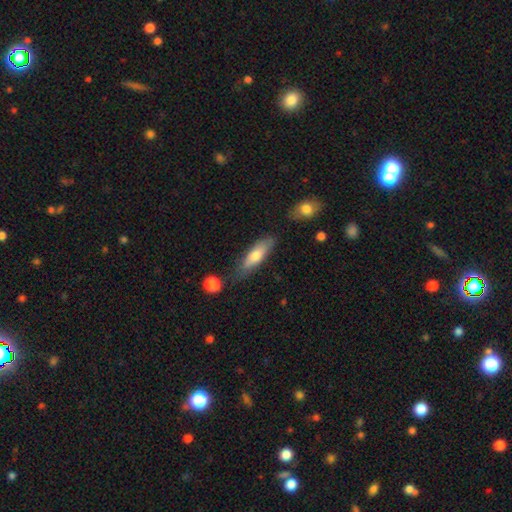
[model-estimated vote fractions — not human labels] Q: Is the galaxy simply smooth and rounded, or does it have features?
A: smooth — 69%.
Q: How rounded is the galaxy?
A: cigar-shaped — 53%.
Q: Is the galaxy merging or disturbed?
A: none — 71%.